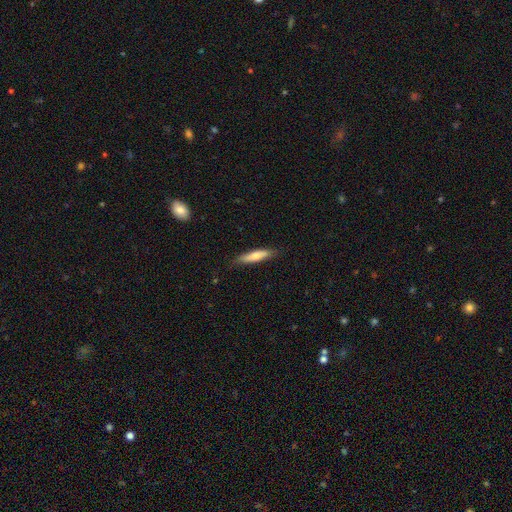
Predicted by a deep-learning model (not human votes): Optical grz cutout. It shows a smooth galaxy with no disk features (66%) that is cigar-shaped (79%). Merging: none (83%).